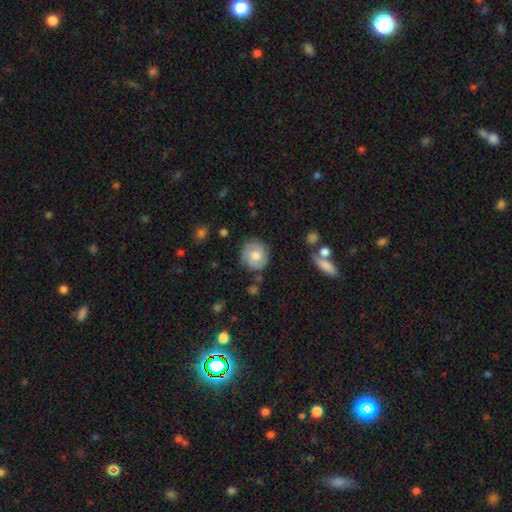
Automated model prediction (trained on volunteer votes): smooth-or-featured: smooth: 54% | featured or disk: 38% | star or artifact: 7%
  how-rounded: round: 85% | in between: 14% | cigar-shaped: 1%
  merging: none: 77% | minor disturbance: 16% | major disturbance: 5% | merger: 2%